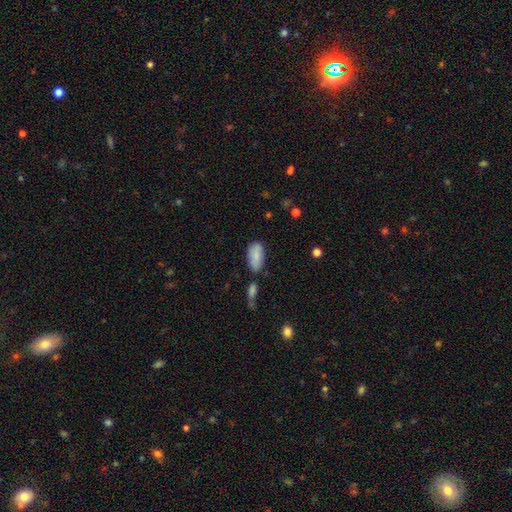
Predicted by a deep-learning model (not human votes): The model was most divided on "merging": none: 70%, minor disturbance: 18%, merger: 8%, major disturbance: 4%. More confident: how rounded — in between (91%); smooth or featured — smooth (84%).